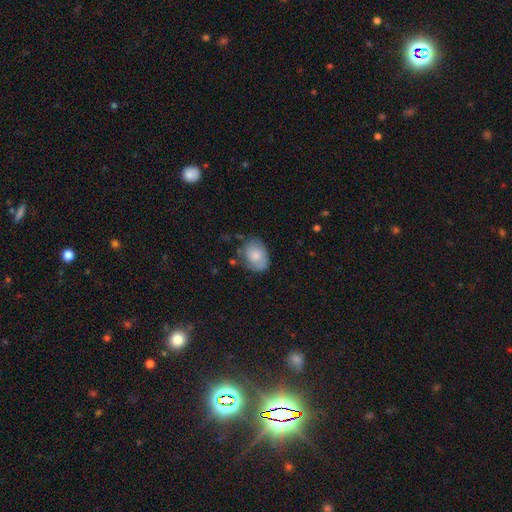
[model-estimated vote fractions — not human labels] A smooth galaxy with no disk features (72%) that is in between round and cigar-shaped (64%). Merging: none (57%).